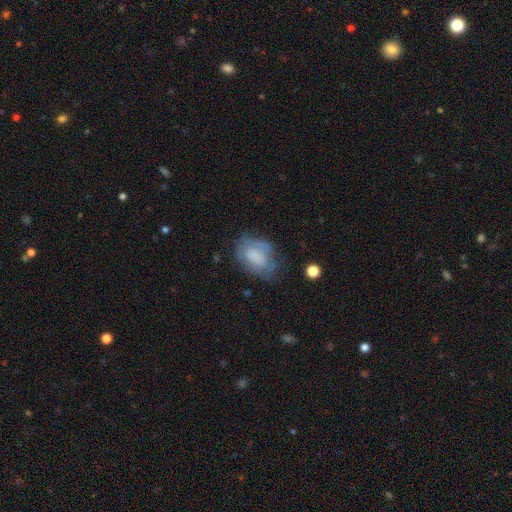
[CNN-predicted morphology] Q: Smooth or featured?
A: smooth (61%); runner-up: featured or disk (30%)
Q: How rounded?
A: in between (79%); runner-up: round (19%)
Q: Merging?
A: none (49%); runner-up: minor disturbance (30%)